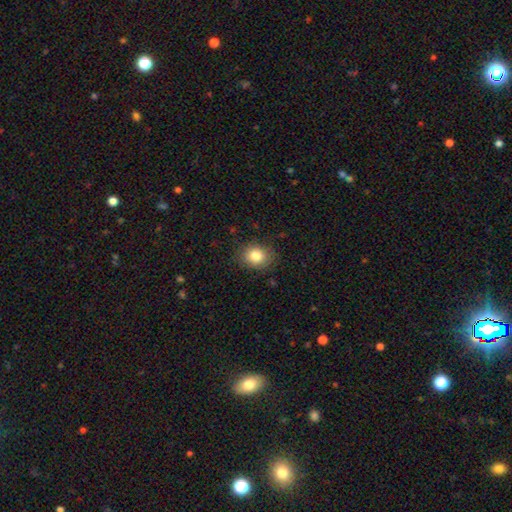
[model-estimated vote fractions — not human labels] Smooth or featured: smooth — 82% (star or artifact — 10%)
How rounded: round — 59% (in between — 40%)
Merging: none — 86% (minor disturbance — 10%)